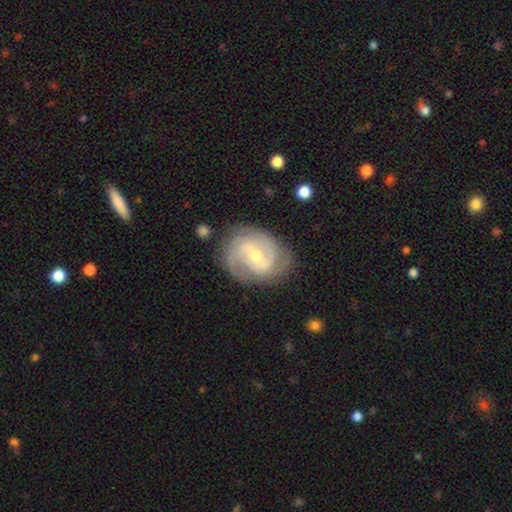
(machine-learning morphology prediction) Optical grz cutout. It shows a featured or disk galaxy (87%) with a weak bar (52%), 2 (59%) tight (44%, tied with medium) spiral arms (96%) and a moderate central bulge (51%). Merging: none (77%).